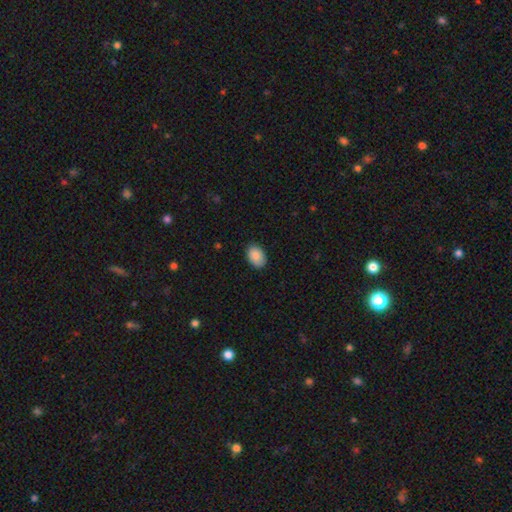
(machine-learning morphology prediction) A smooth galaxy with no disk features (89%) that is in between round and cigar-shaped (87%).

Vote fractions:
- Smooth or featured? smooth: 89% / star or artifact: 7% / featured or disk: 4%
- How rounded? in between: 87% / round: 12% / cigar-shaped: 1%
- Merging? none: 87% / minor disturbance: 10% / major disturbance: 2% / merger: 1%